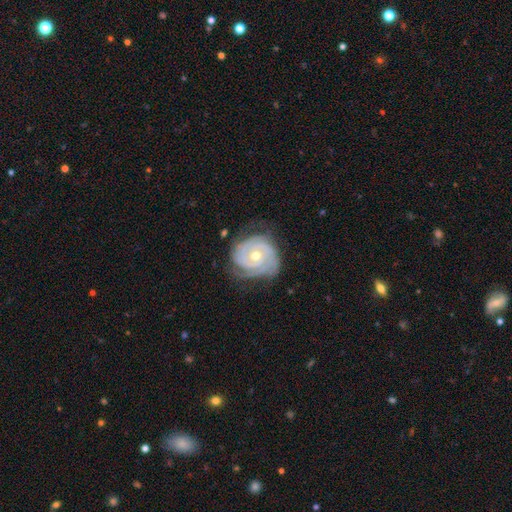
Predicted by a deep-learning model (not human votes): This is clearly a featured or disk galaxy (91%). It is clearly not viewed edge-on (98%). Bar: likely no (69%). Spiral arm pattern: clearly yes (98%). Spiral arm count: marginally 3 (38%). Spiral winding: clearly tight (83%). Central bulge: possibly moderate (56%). Merging: likely none (73%).